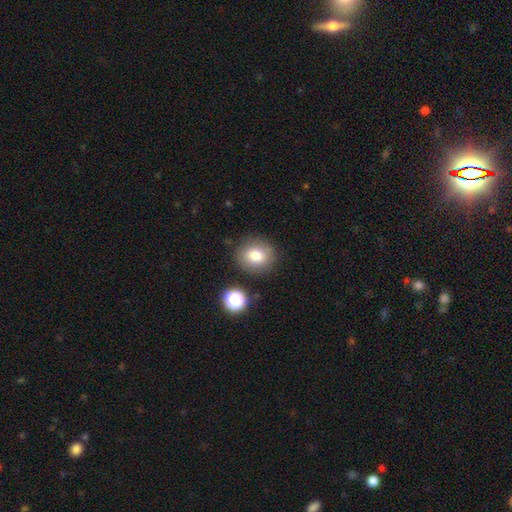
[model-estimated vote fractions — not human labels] Morphology: type=smooth (79%); roundness=round (79%); merging=none (84%).